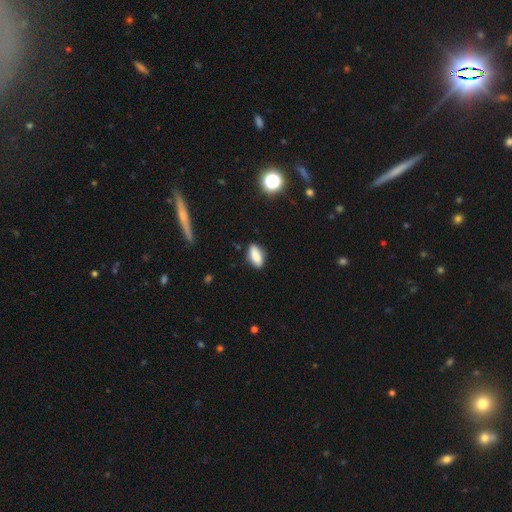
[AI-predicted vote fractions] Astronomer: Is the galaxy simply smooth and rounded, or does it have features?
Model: smooth — 85%.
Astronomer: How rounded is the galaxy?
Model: in between — 86%.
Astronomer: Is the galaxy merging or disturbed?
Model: none — 84%.